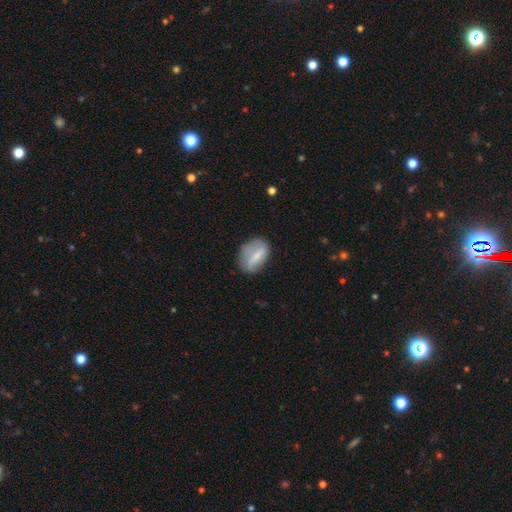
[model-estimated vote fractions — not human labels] Smooth or featured?
  - smooth: 55% *
  - featured or disk: 38%
  - star or artifact: 7%
How rounded?
  - in between: 79% *
  - round: 17%
  - cigar-shaped: 4%
Merging?
  - none: 67% *
  - minor disturbance: 23%
  - major disturbance: 8%
  - merger: 2%